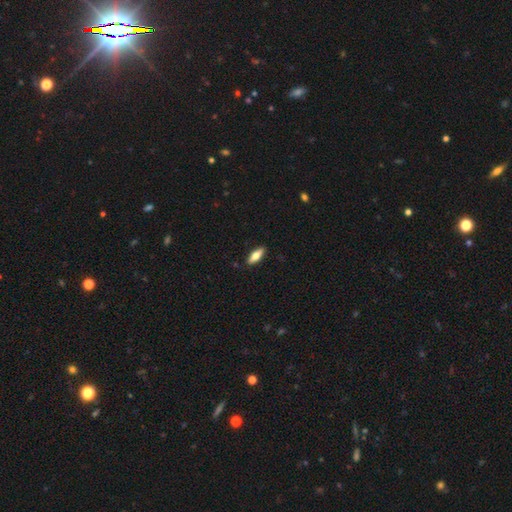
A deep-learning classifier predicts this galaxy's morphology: type=smooth (61%); roundness=in between (59%); merging=none (89%).